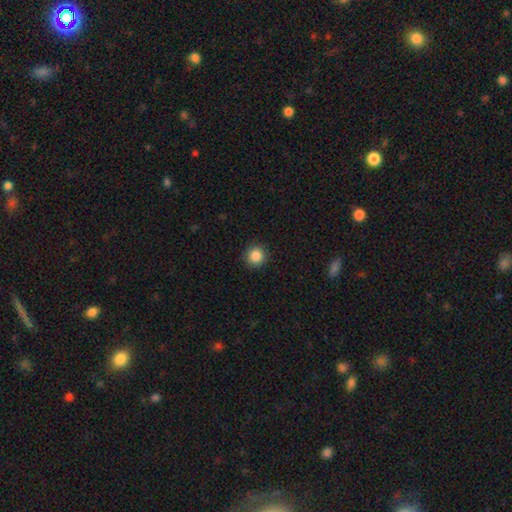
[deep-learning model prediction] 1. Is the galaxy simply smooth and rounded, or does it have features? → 87% smooth, 10% star or artifact, 3% featured or disk.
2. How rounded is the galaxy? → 94% round, 5% in between, 1% cigar-shaped.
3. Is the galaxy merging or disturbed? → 91% none, 6% minor disturbance, 2% major disturbance, 1% merger.